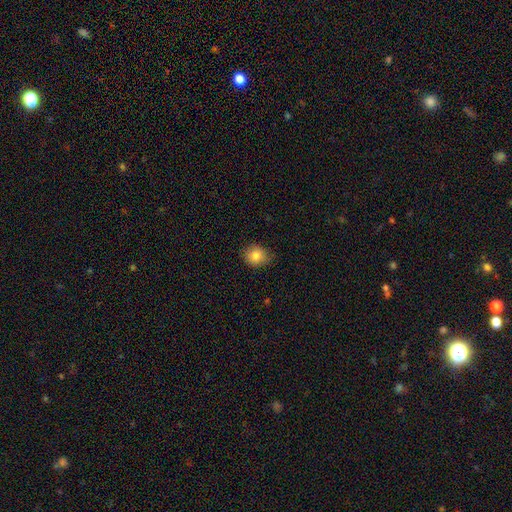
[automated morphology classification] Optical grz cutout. It shows a smooth galaxy with no disk features (83%) that is round (76%). Merging: none (79%).